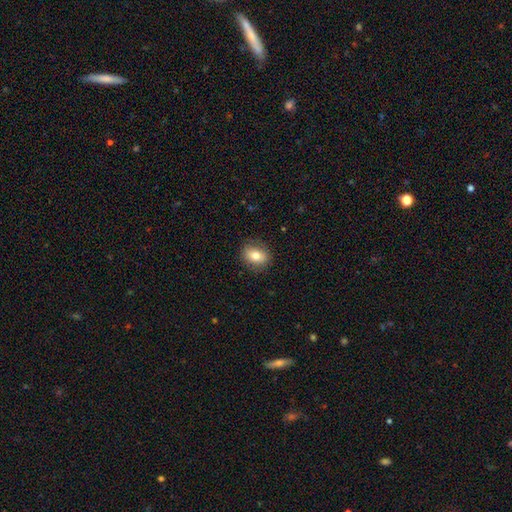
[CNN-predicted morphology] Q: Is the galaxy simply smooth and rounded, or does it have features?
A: smooth — 75%.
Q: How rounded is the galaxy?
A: in between — 55%.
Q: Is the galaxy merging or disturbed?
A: none — 84%.